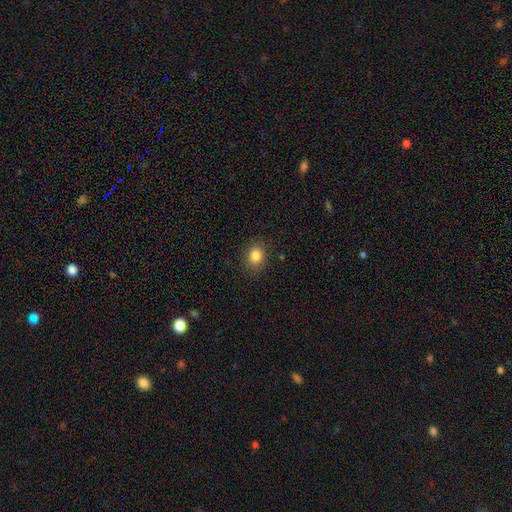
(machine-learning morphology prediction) smooth_or_featured: smooth (p=0.83) [alt: star or artifact p=0.11]
how_rounded: round (p=0.53) [alt: in between p=0.46]
merging: none (p=0.87) [alt: minor disturbance p=0.09]